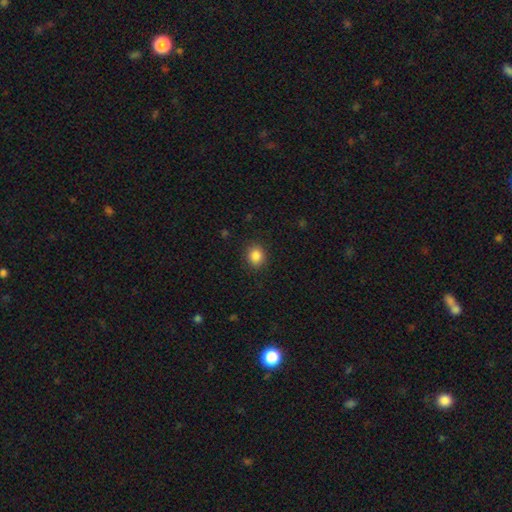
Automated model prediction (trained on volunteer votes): Smooth or featured: smooth — 86% (star or artifact — 10%)
How rounded: round — 77% (in between — 22%)
Merging: none — 89% (minor disturbance — 8%)